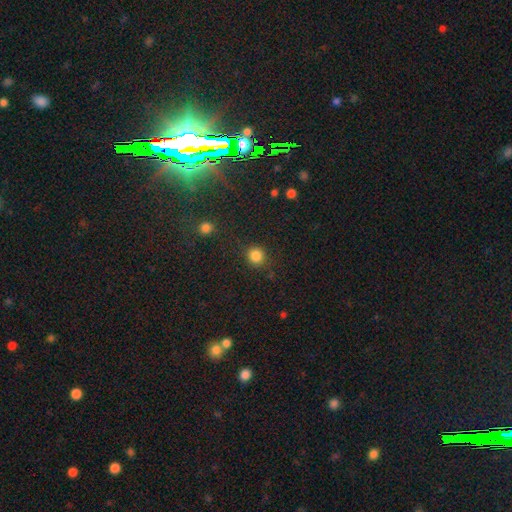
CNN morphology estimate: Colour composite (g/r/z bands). It shows a smooth galaxy with no disk features (84%) that is round (90%). Merging: none (85%).